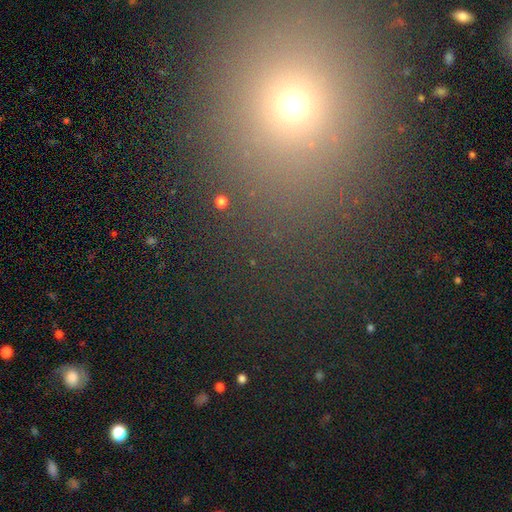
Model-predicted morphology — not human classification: Q: Smooth or featured?
A: smooth (51%); runner-up: star or artifact (40%)
Q: How rounded?
A: round (75%); runner-up: in between (23%)
Q: Merging?
A: none (85%); runner-up: minor disturbance (7%)